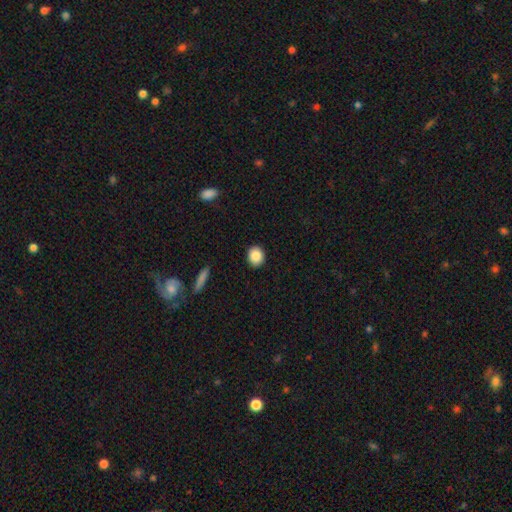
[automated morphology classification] The model was most divided on "how rounded": round: 68%, in between: 30%, cigar-shaped: 1%. More confident: merging — none (91%); smooth or featured — smooth (87%).